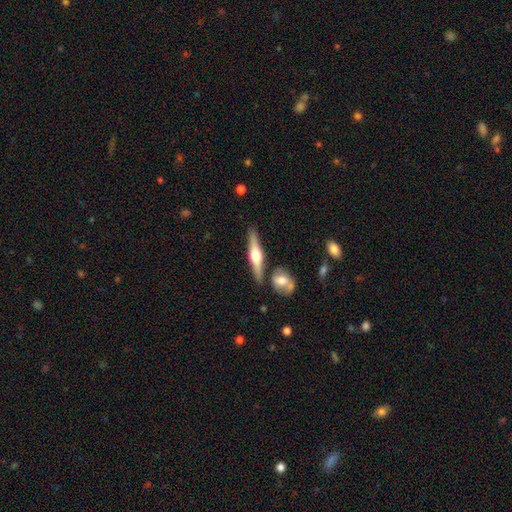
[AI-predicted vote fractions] This is likely a featured or disk galaxy (68%). It is clearly viewed edge-on (97%). Edge-on bulge: clearly rounded (94%). Merging: clearly none (81%).